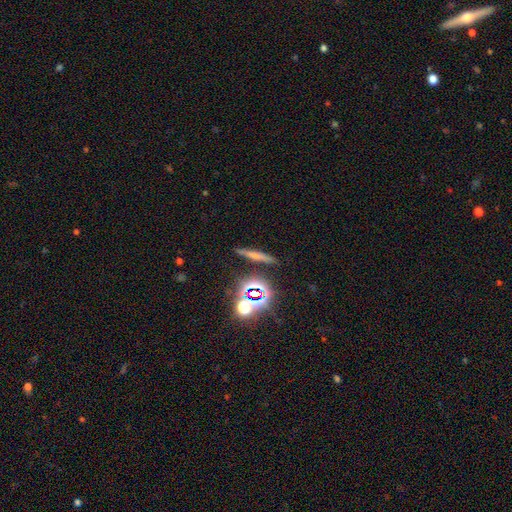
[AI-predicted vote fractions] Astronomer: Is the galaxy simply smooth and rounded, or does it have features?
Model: smooth — 52%.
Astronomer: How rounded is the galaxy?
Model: cigar-shaped — 85%.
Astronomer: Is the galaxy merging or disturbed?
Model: none — 85%.